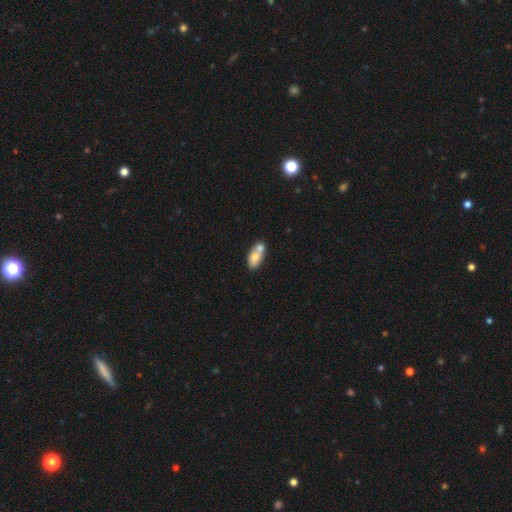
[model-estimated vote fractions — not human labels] Smooth or featured? smooth (70%)
How rounded? in between (82%)
Merging? merger (56%)